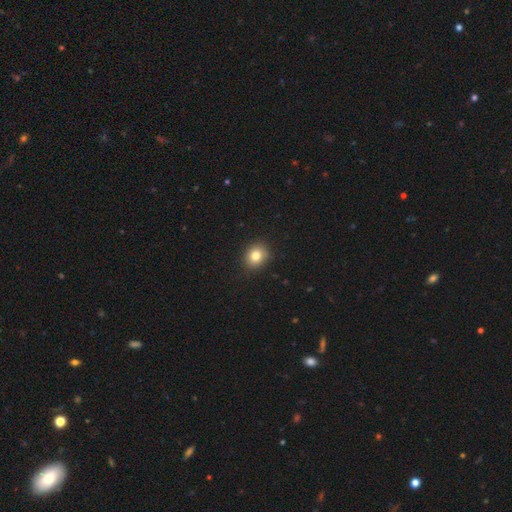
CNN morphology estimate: smooth 81%, star or artifact 11%, featured or disk 8%. Down the decision tree: how rounded — round (69%); merging — none (89%).